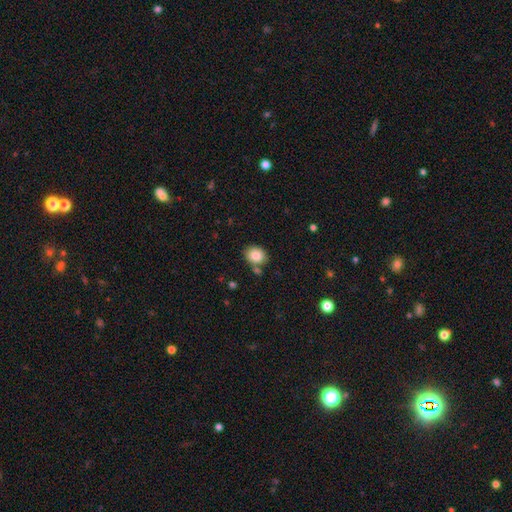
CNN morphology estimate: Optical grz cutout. It shows a smooth galaxy with no disk features (86%) that is round (56%). Merging: none (75%).